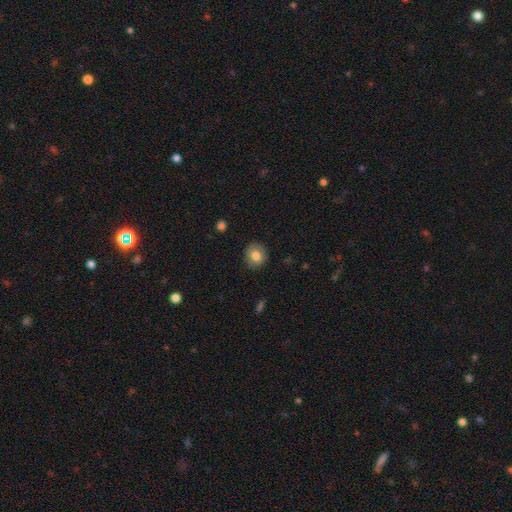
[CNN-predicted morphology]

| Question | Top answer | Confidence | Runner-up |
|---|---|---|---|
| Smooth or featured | smooth | 79% | featured or disk (13%) |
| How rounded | round | 78% | in between (21%) |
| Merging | none | 86% | minor disturbance (10%) |